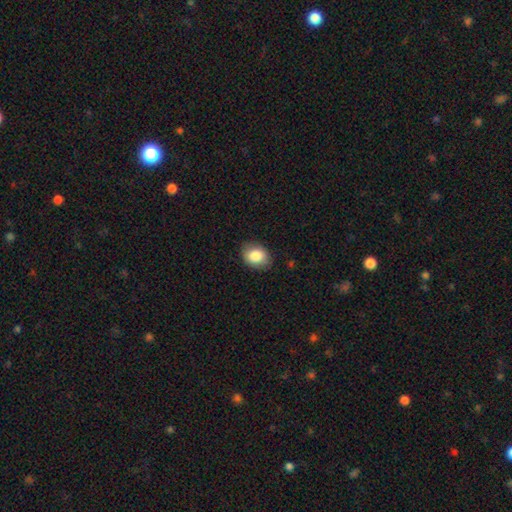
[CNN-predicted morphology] A smooth galaxy with no disk features (85%) that is in between round and cigar-shaped (62%). Merging: none (84%).